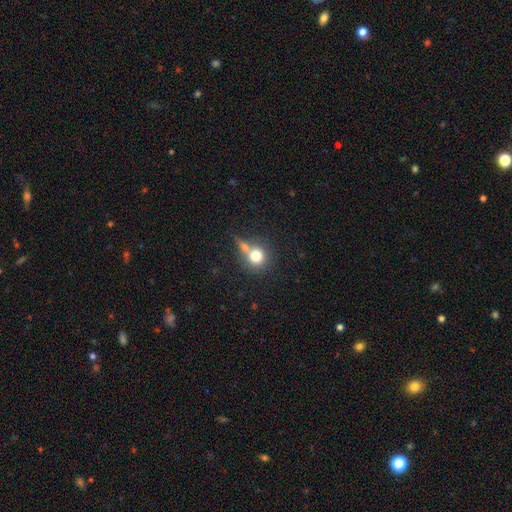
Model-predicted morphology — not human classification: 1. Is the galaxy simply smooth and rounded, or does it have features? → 77% smooth, 13% featured or disk, 10% star or artifact.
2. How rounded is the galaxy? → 85% round, 13% in between, 1% cigar-shaped.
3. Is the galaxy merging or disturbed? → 44% none, 38% merger, 12% minor disturbance, 7% major disturbance.